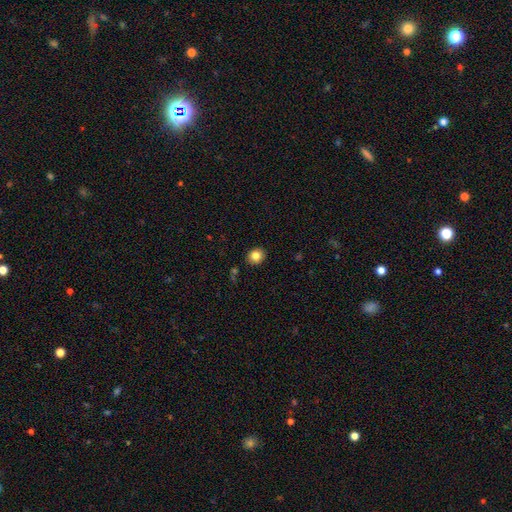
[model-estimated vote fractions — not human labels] Smooth or featured? Predicted: smooth (p=0.82). How rounded? Predicted: round (p=0.70). Merging? Predicted: none (p=0.89).